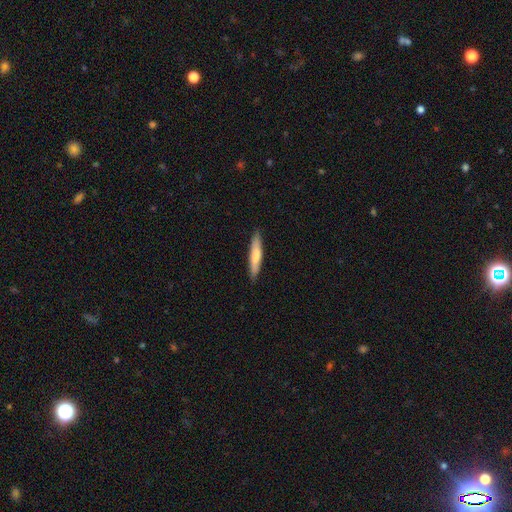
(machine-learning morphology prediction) type=smooth (72%); roundness=cigar-shaped (89%); merging=none (89%).